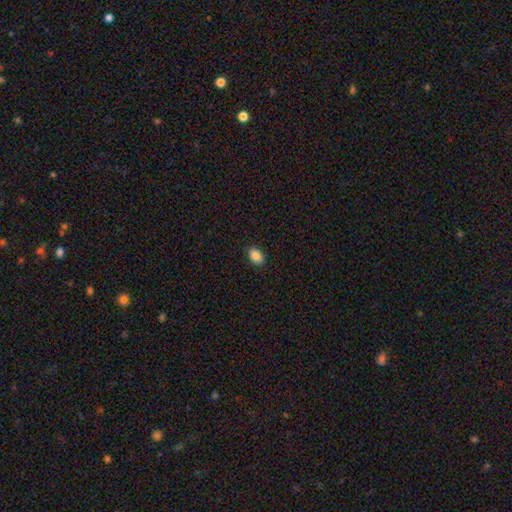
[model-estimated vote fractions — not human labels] Smooth or featured?
  - smooth: 88% *
  - star or artifact: 8%
  - featured or disk: 4%
How rounded?
  - in between: 84% *
  - round: 14%
  - cigar-shaped: 1%
Merging?
  - none: 89% *
  - minor disturbance: 8%
  - major disturbance: 2%
  - merger: 1%